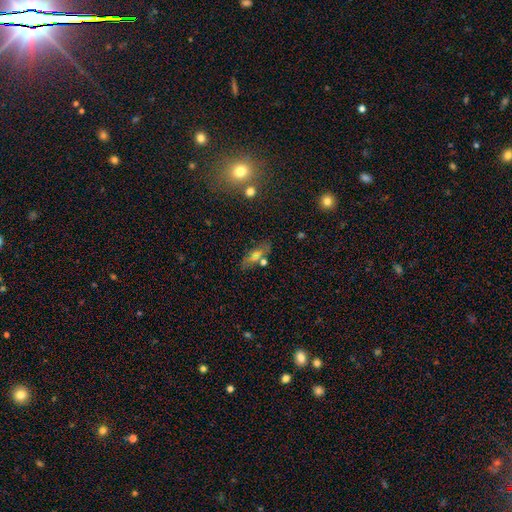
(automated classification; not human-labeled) Smooth or featured: smooth — 56% (star or artifact — 22%)
How rounded: in between — 70% (cigar-shaped — 22%)
Merging: none — 75% (minor disturbance — 13%)